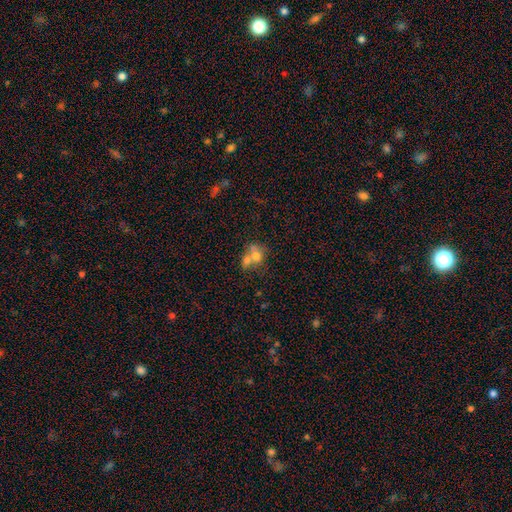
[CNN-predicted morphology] Q: Smooth or featured?
A: smooth (63%); runner-up: featured or disk (25%)
Q: How rounded?
A: round (56%); runner-up: in between (42%)
Q: Merging?
A: merger (63%); runner-up: none (23%)